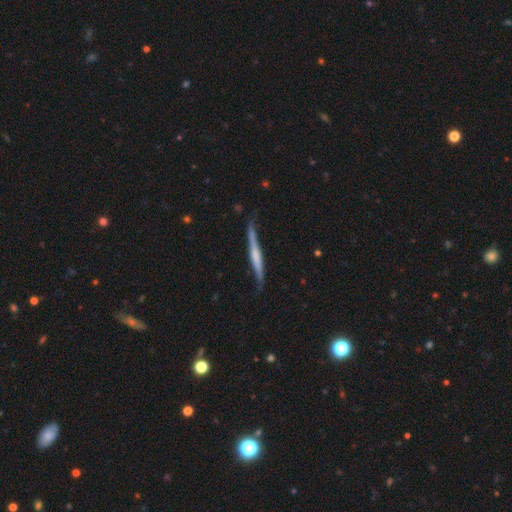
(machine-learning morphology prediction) Smooth or featured?
  - featured or disk: 62% *
  - smooth: 33%
  - star or artifact: 5%
Edge-on disk?
  - yes: 94% *
  - no: 6%
Edge-on bulge?
  - none: 43% *
  - rounded: 32%
  - boxy: 24%
Merging?
  - none: 72% *
  - minor disturbance: 22%
  - major disturbance: 4%
  - merger: 2%